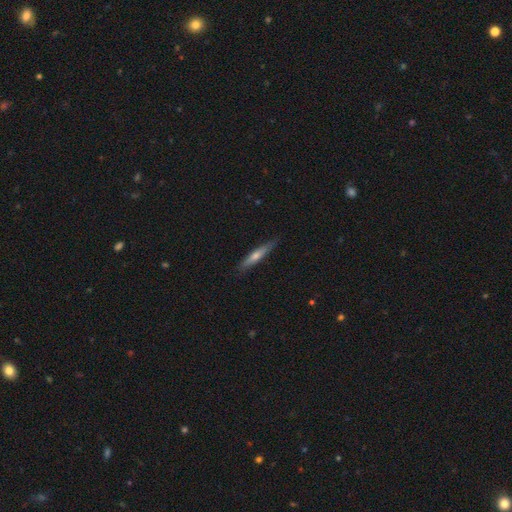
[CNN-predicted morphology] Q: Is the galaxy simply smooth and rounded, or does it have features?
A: smooth — 48%.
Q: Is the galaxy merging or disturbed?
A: none — 87%.